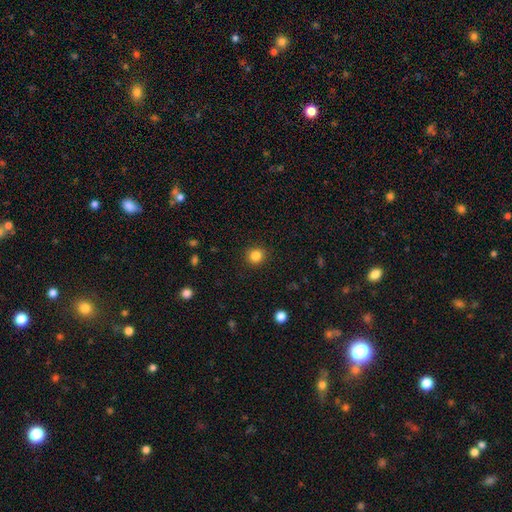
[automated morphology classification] Overall: smooth (84%). How rounded: round (91%). Merging: none (91%).